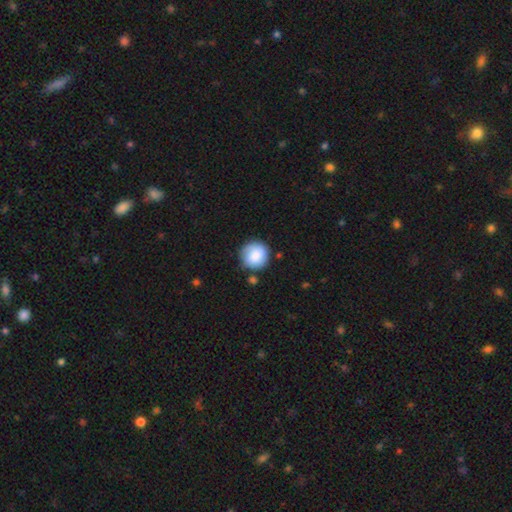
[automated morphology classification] type=smooth (85%); roundness=round (92%); merging=none (77%).